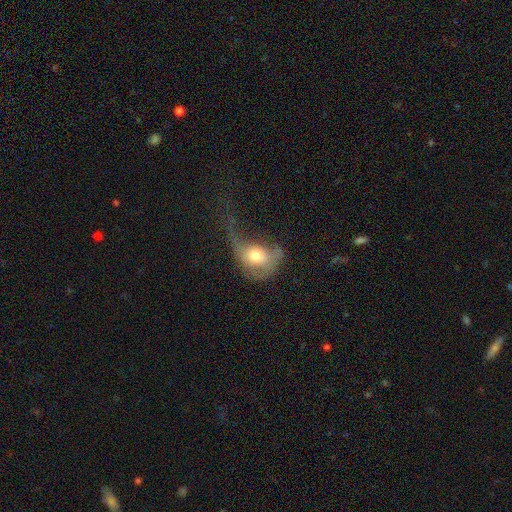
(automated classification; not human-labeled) This is possibly a smooth galaxy (60%). How rounded: likely in between (61%). Merging: likely major disturbance (64%).